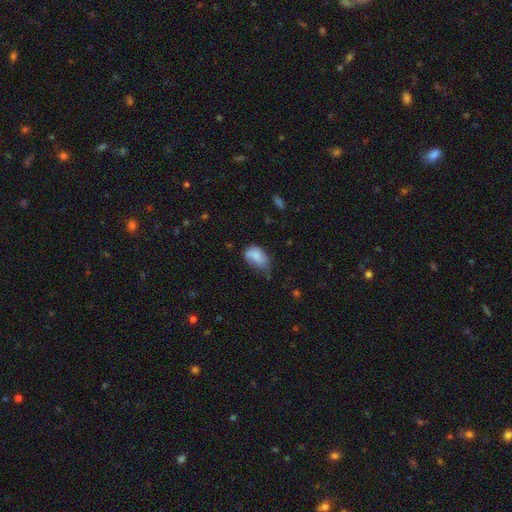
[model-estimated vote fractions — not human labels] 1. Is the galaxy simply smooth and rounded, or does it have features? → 68% smooth, 23% featured or disk, 8% star or artifact.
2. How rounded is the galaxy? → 85% in between, 13% round, 2% cigar-shaped.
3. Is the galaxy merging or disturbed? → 45% minor disturbance, 28% none, 23% major disturbance, 4% merger.